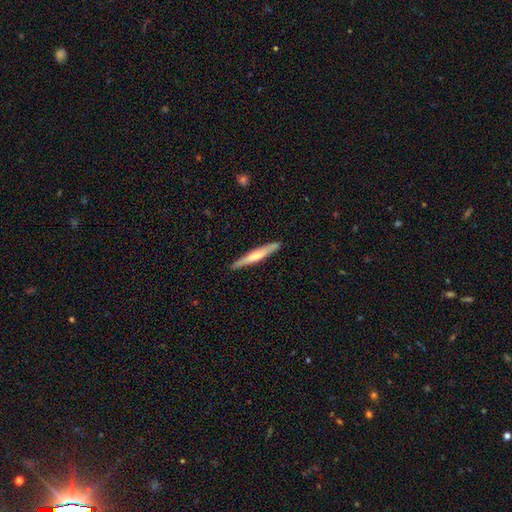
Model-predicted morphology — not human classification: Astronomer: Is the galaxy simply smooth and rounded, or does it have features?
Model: smooth — 51% (runner-up: featured or disk, 44%).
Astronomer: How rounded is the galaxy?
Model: cigar-shaped — 95%.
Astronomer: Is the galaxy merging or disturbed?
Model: none — 90%.